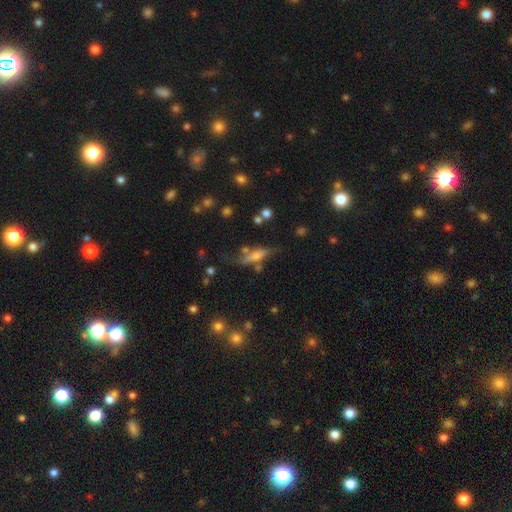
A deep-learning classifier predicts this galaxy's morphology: Smooth or featured? featured or disk (50%)
Merging? none (64%)